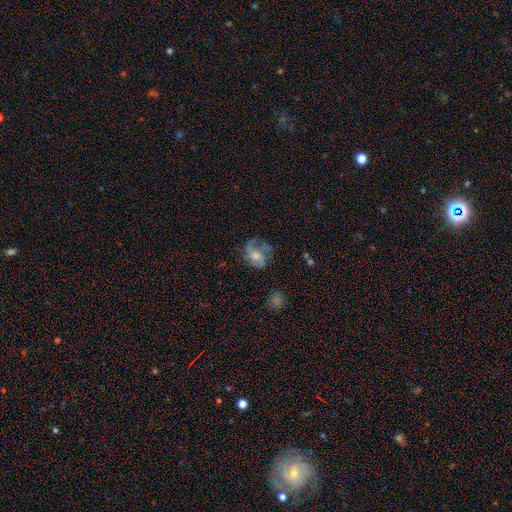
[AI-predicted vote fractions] Smooth or featured?
  - featured or disk: 62% *
  - smooth: 26%
  - star or artifact: 13%
Edge-on disk?
  - no: 97% *
  - yes: 3%
Bar?
  - no: 62% *
  - weak: 31%
  - strong: 8%
Spiral arms?
  - yes: 81% *
  - no: 19%
Bulge size?
  - moderate: 57% *
  - small: 29%
  - large: 8%
  - none: 5%
  - dominant: 1%
Merging?
  - none: 57% *
  - minor disturbance: 22%
  - major disturbance: 19%
  - merger: 2%